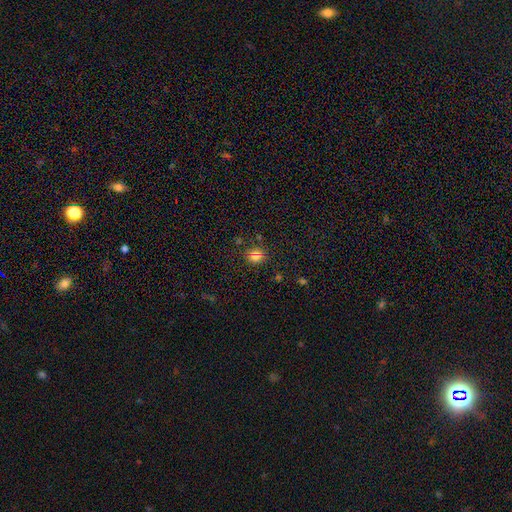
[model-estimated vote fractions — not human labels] smooth_or_featured: smooth (p=0.76) [alt: star or artifact p=0.16]
how_rounded: round (p=0.81) [alt: in between p=0.18]
merging: none (p=0.79) [alt: minor disturbance p=0.11]